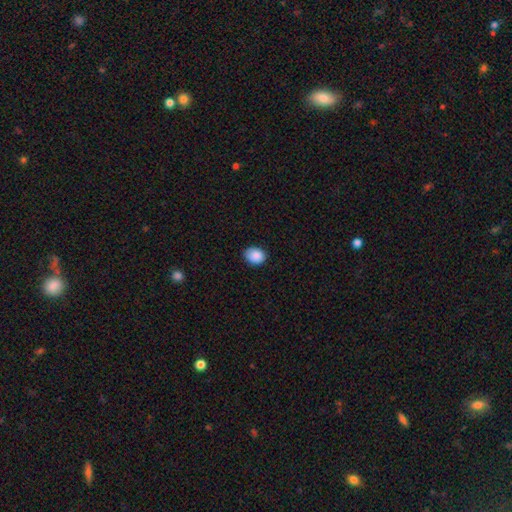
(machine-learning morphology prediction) Smooth or featured? smooth (89%)
How rounded? in between (58%)
Merging? none (80%)